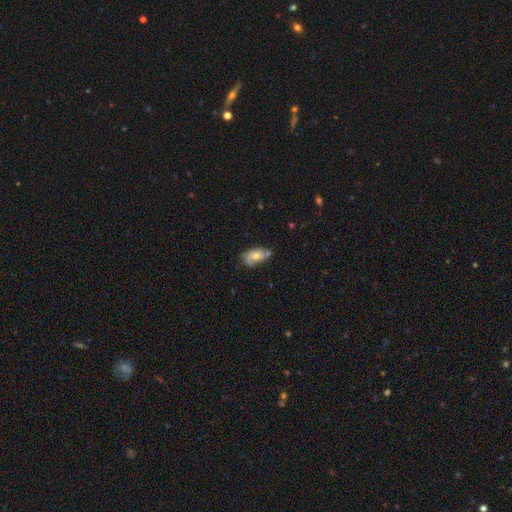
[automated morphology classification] This is possibly a smooth galaxy (55%). How rounded: clearly in between (89%). Merging: possibly none (54%).